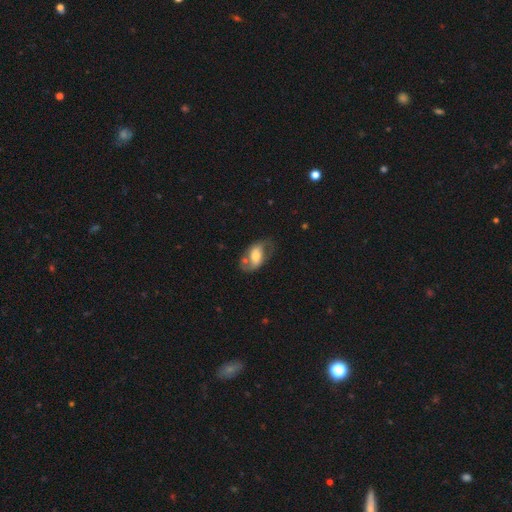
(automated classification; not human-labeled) A featured or disk galaxy (59%) with a weak bar (38%), spiral arms (74%) and a moderate central bulge (58%).

Vote fractions:
- Smooth or featured? featured or disk: 59% / smooth: 35% / star or artifact: 7%
- Edge-on disk? no: 93% / yes: 7%
- Bar? weak: 38% / no: 37% / strong: 26%
- Spiral arms? yes: 74% / no: 26%
- Bulge size? moderate: 58% / small: 19% / large: 18% / none: 2% / dominant: 2%
- Merging? none: 53% / minor disturbance: 24% / major disturbance: 15% / merger: 8%